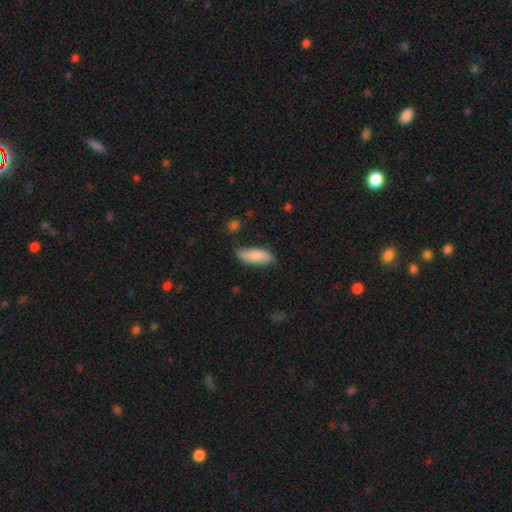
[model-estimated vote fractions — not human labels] The model was most divided on "merging": none: 71%, minor disturbance: 23%, major disturbance: 4%, merger: 2%. More confident: smooth or featured — smooth (83%); how rounded — in between (76%).